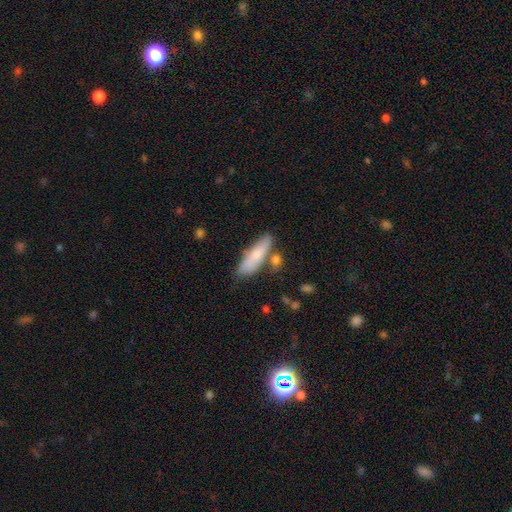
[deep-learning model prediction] Smooth or featured: smooth — 74% (featured or disk — 21%)
How rounded: cigar-shaped — 58% (in between — 40%)
Merging: none — 68% (minor disturbance — 17%)